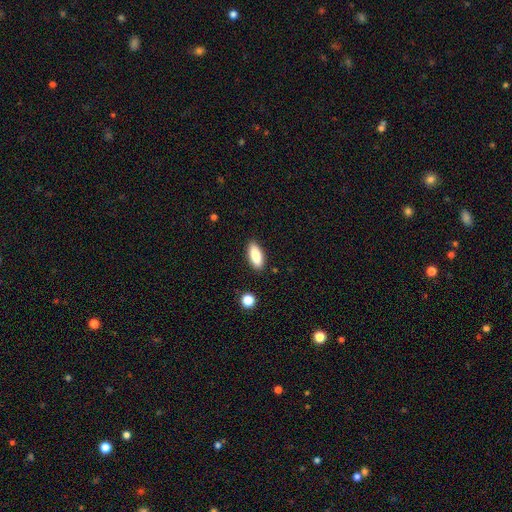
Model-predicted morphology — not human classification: smooth_or_featured: smooth (p=0.87) [alt: featured or disk p=0.07]
how_rounded: in between (p=0.78) [alt: cigar-shaped p=0.20]
merging: none (p=0.87) [alt: minor disturbance p=0.09]